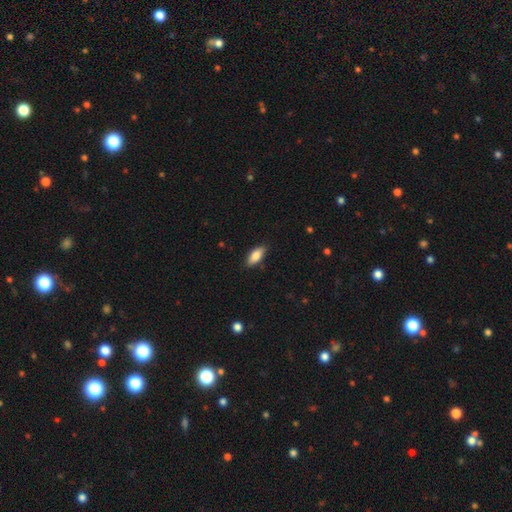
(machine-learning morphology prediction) Smooth or featured? Predicted: smooth (p=0.84). How rounded? Predicted: in between (p=0.84). Merging? Predicted: none (p=0.87).